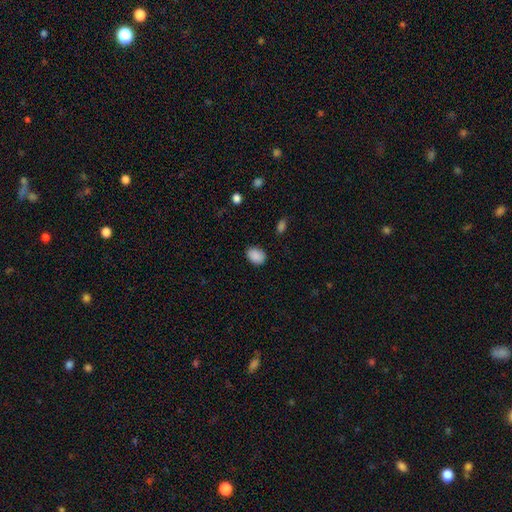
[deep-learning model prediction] Smooth or featured? smooth (89%)
How rounded? in between (64%)
Merging? none (82%)